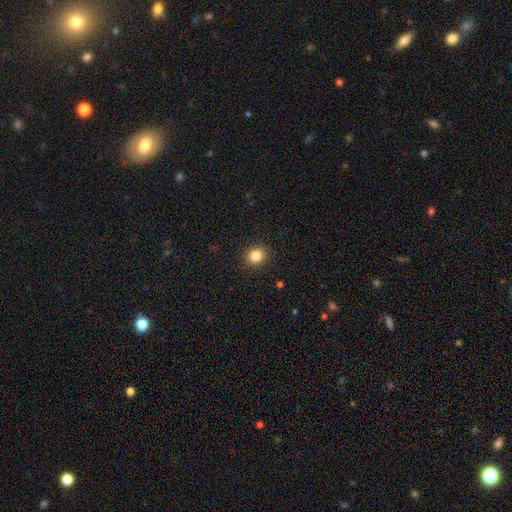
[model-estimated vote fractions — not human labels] Smooth or featured? Predicted: smooth (p=0.84). How rounded? Predicted: round (p=0.82). Merging? Predicted: none (p=0.91).